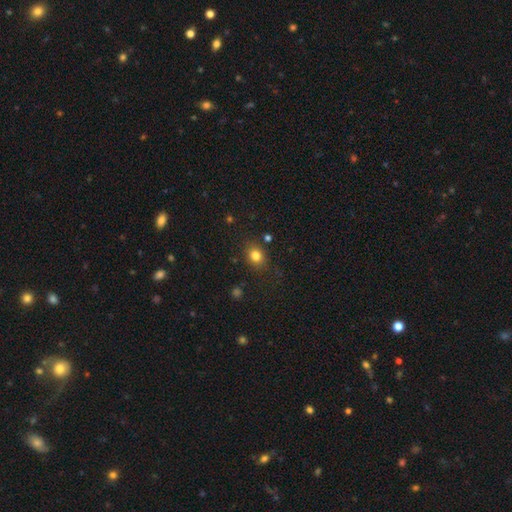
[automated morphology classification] This appears to be a smooth galaxy with no disk features (81%) that is round (56%). Merging: none (82%).